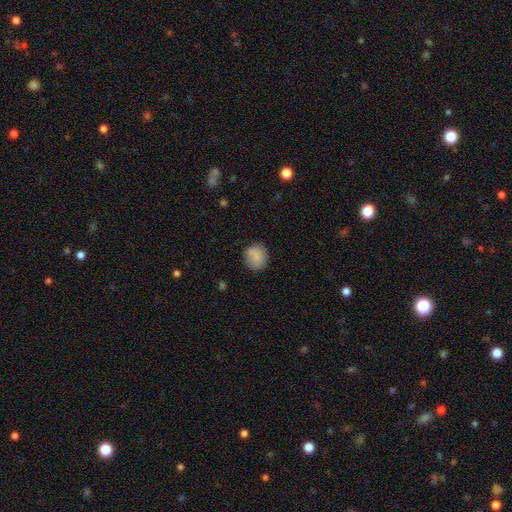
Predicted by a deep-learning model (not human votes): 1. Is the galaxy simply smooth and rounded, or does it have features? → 85% smooth, 8% star or artifact, 7% featured or disk.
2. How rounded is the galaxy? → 73% round, 26% in between, 1% cigar-shaped.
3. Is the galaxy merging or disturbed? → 79% none, 16% minor disturbance, 4% major disturbance, 2% merger.